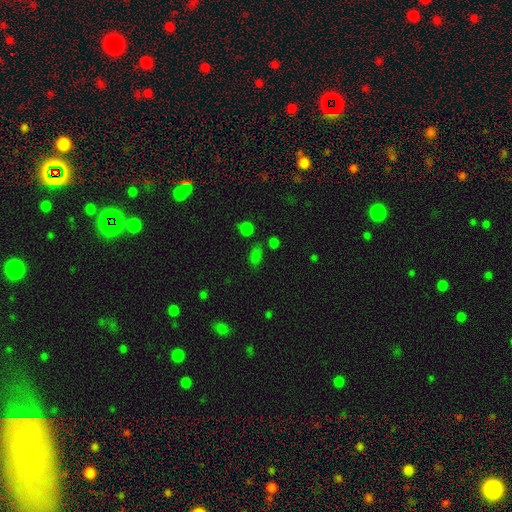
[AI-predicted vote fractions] Smooth or featured? smooth (68%)
How rounded? in between (79%)
Merging? none (70%)